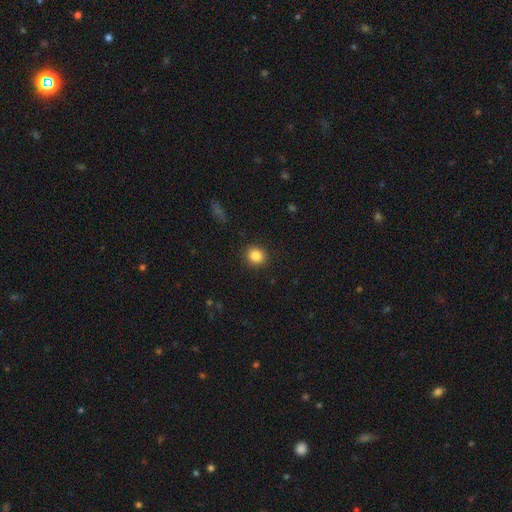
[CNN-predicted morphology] smooth 85%, star or artifact 10%, featured or disk 5%. Down the decision tree: how rounded — round (86%); merging — none (91%).